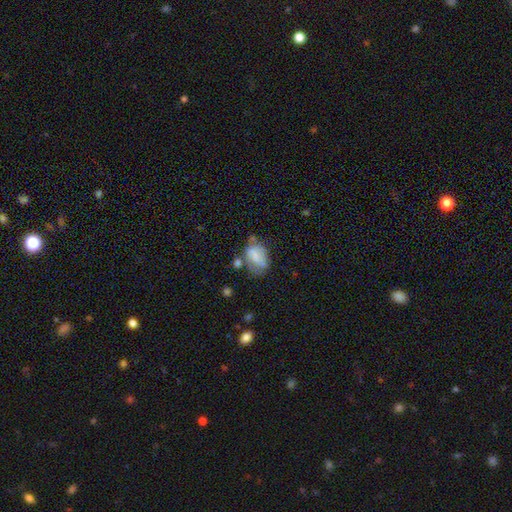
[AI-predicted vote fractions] A smooth galaxy with no disk features (72%) that is in between round and cigar-shaped (83%). Merging: none (37%).